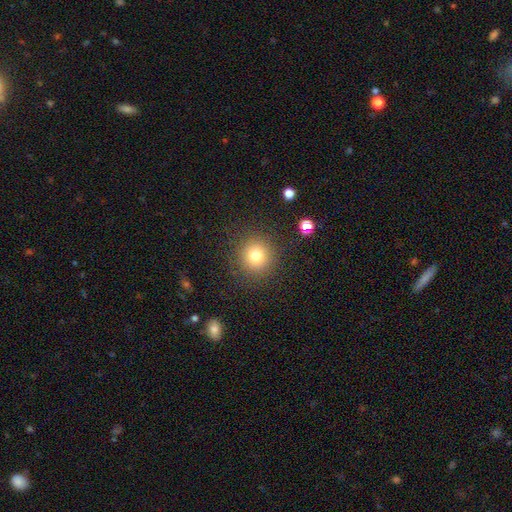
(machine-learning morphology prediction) Smooth or featured? Predicted: smooth (p=0.78). How rounded? Predicted: round (p=0.92). Merging? Predicted: none (p=0.88).